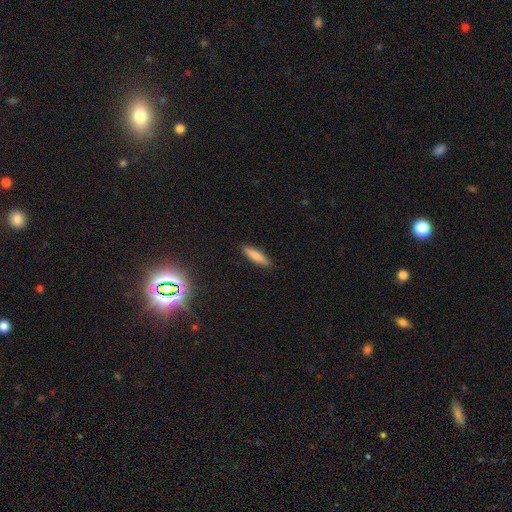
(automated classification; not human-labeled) smooth_or_featured: smooth (p=0.79) [alt: featured or disk p=0.13]
how_rounded: cigar-shaped (p=0.77) [alt: in between p=0.21]
merging: none (p=0.89) [alt: minor disturbance p=0.08]